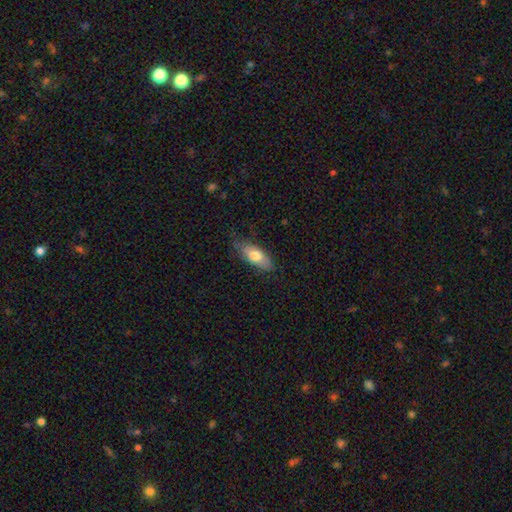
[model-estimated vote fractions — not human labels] This is likely a smooth galaxy (71%). How rounded: likely in between (80%). Merging: likely none (67%).